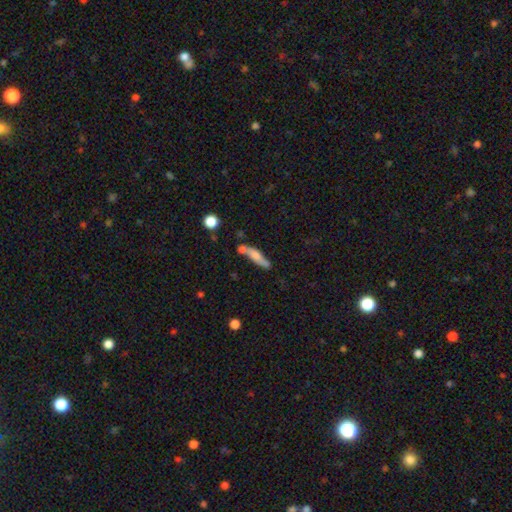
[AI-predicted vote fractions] This appears to be a smooth galaxy with no disk features (64%) that is cigar-shaped (77%). Merging: none (57%).